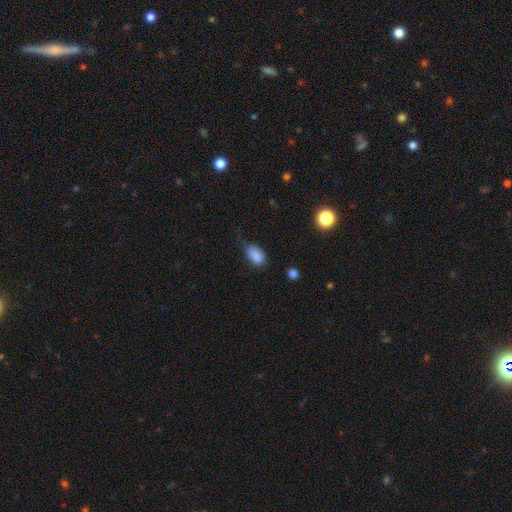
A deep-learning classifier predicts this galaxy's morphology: This appears to be a smooth galaxy with no disk features (86%) that is in between round and cigar-shaped (90%). Merging: none (46%).